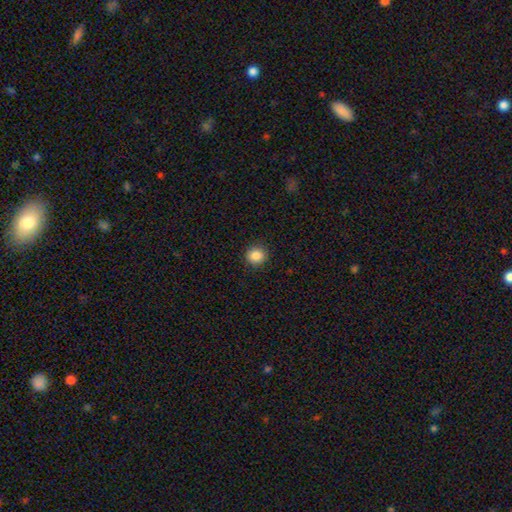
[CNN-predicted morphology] A smooth galaxy with no disk features (87%) that is round (89%). Merging: none (91%).